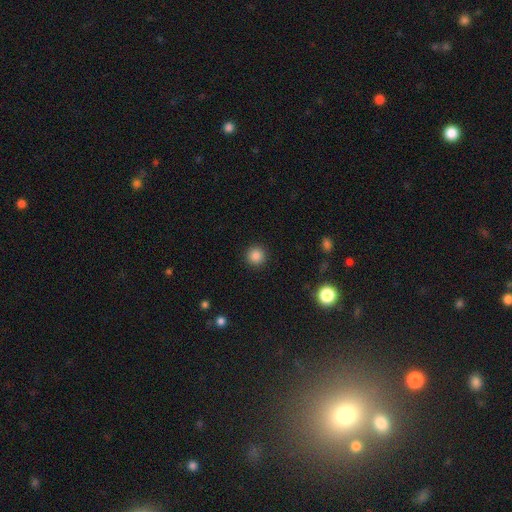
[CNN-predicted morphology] type=smooth (86%); roundness=round (95%); merging=none (92%).